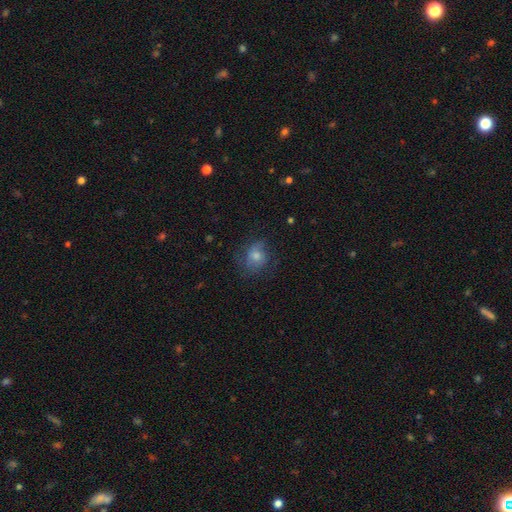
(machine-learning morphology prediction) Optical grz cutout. It shows a smooth galaxy with no disk features (47%). Merging: none (69%).